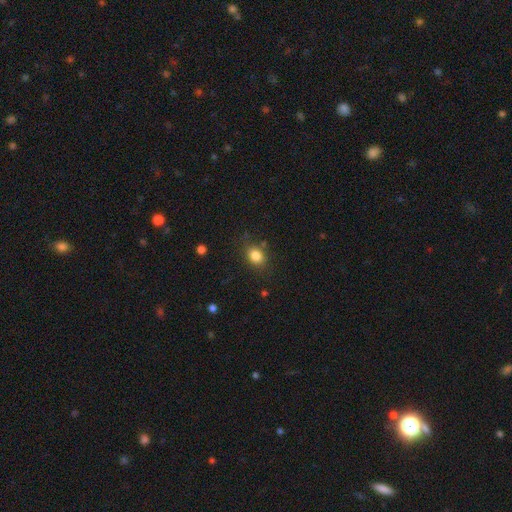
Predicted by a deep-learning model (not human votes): This appears to be a smooth galaxy with no disk features (83%) that is in between round and cigar-shaped (53%). Merging: none (80%).